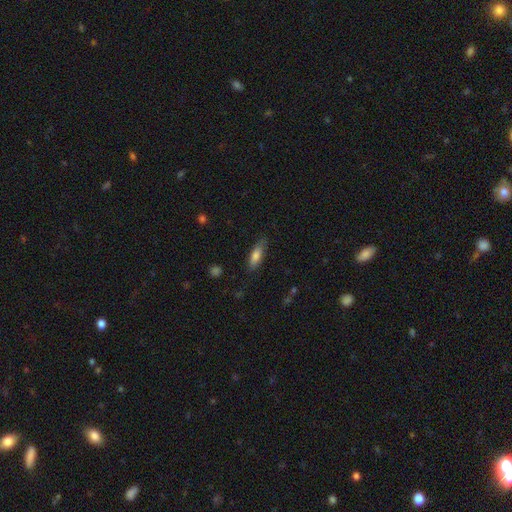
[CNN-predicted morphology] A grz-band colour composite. It shows a smooth galaxy with no disk features (78%) that is in between round and cigar-shaped (55%). Merging: none (76%).